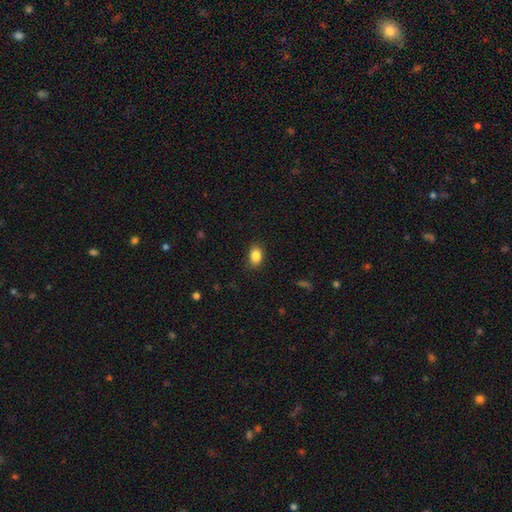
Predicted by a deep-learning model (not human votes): This is clearly a smooth galaxy (86%). How rounded: clearly in between (81%). Merging: clearly none (86%).